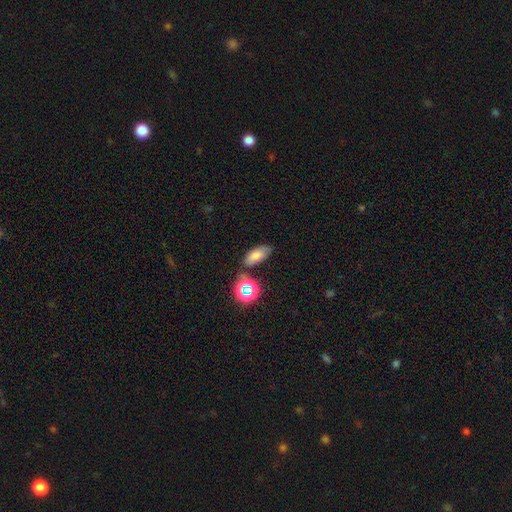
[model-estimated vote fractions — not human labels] This appears to be a smooth galaxy with no disk features (65%) that is in between round and cigar-shaped (85%). Merging: none (69%).